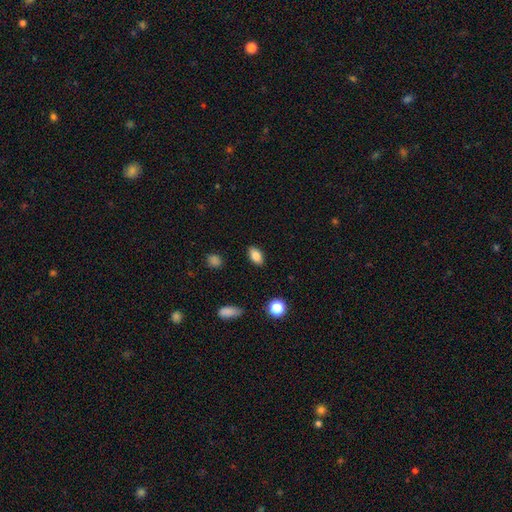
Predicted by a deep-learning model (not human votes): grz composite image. It shows a smooth galaxy with no disk features (84%) that is in between round and cigar-shaped (89%). Merging: none (88%).